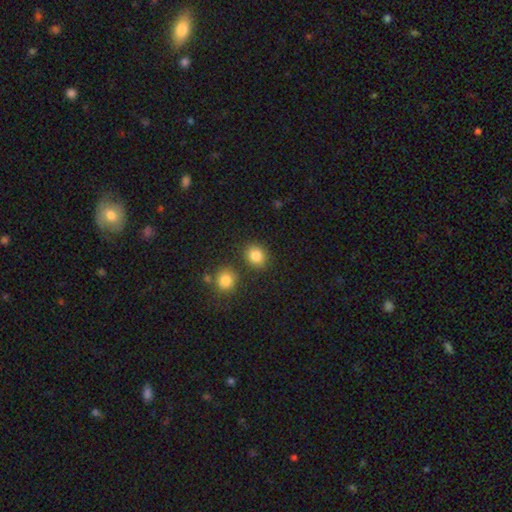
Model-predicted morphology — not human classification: This is clearly a smooth galaxy (84%). How rounded: likely round (69%). Merging: clearly none (82%).